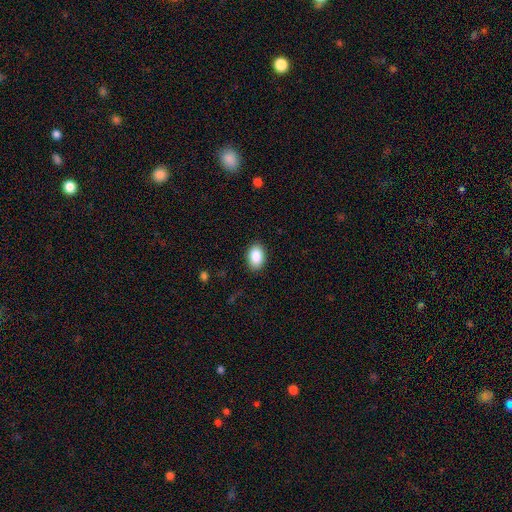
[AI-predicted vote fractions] This appears to be a smooth galaxy with no disk features (88%) that is in between round and cigar-shaped (86%). Merging: none (88%).